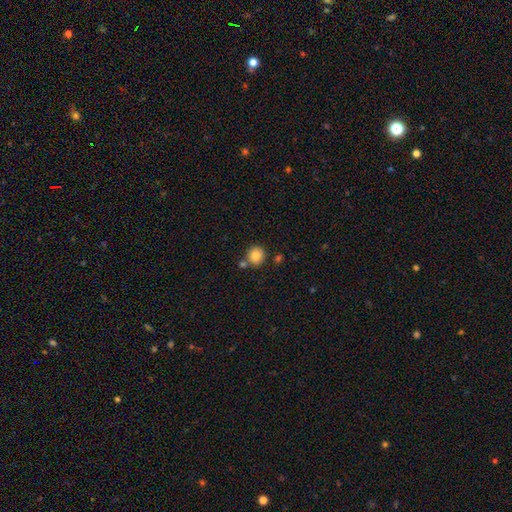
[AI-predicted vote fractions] Smooth or featured? smooth (86%)
How rounded? round (87%)
Merging? none (71%)